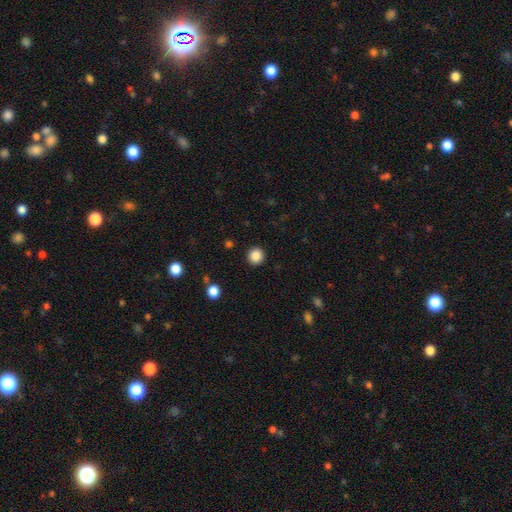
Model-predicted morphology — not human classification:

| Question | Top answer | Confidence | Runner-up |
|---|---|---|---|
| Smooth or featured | smooth | 87% | star or artifact (10%) |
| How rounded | round | 92% | in between (7%) |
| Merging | none | 91% | minor disturbance (5%) |